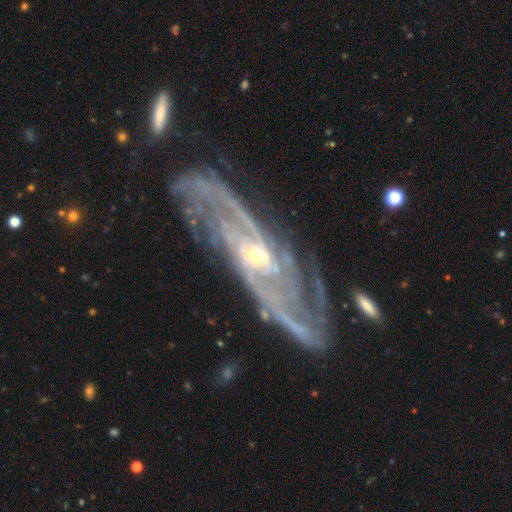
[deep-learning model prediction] Smooth or featured? featured or disk (91%)
Edge-on disk? no (91%)
Bar? no (40%)
Spiral arms? yes (98%)
Spiral winding? tight (47%)
Spiral arm count? 2 (33%)
Bulge size? small (66%)
Merging? none (72%)